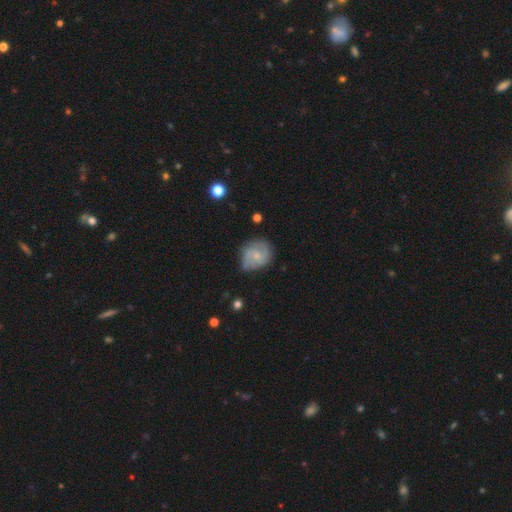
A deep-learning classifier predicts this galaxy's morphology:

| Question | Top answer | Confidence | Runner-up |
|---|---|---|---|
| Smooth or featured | featured or disk | 62% | smooth (31%) |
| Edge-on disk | no | 98% | yes (2%) |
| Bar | no | 67% | weak (29%) |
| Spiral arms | yes | 86% | no (14%) |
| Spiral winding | medium | 45% | tight (35%) |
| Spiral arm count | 2 | 47% | can't tell (23%) |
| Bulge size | small | 58% | moderate (28%) |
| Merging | none | 59% | minor disturbance (28%) |